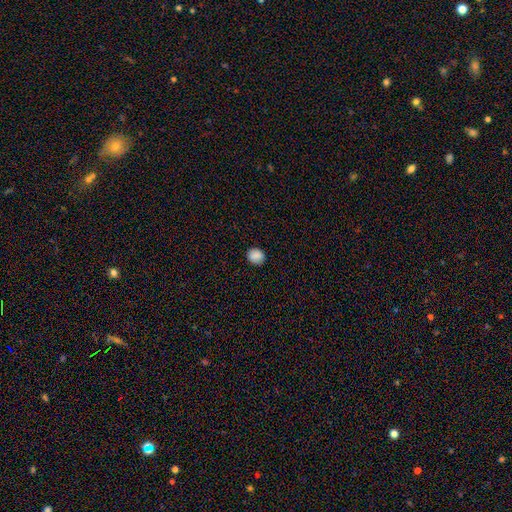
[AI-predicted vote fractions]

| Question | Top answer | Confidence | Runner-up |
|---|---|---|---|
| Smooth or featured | smooth | 88% | star or artifact (9%) |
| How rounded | round | 74% | in between (25%) |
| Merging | none | 88% | minor disturbance (9%) |